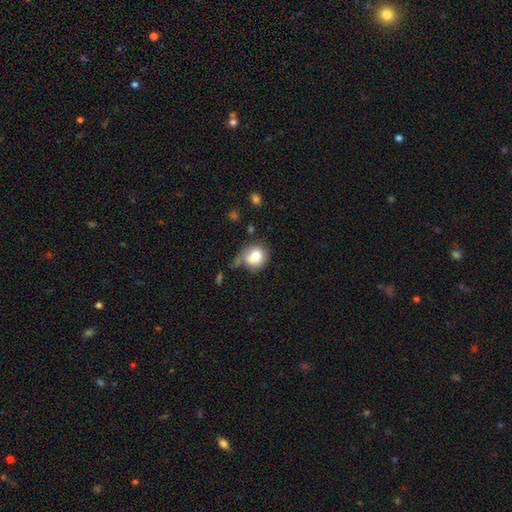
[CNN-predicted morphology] smooth_or_featured: smooth (p=0.77) [alt: featured or disk p=0.14]
how_rounded: round (p=0.80) [alt: in between p=0.19]
merging: none (p=0.50) [alt: minor disturbance p=0.25]